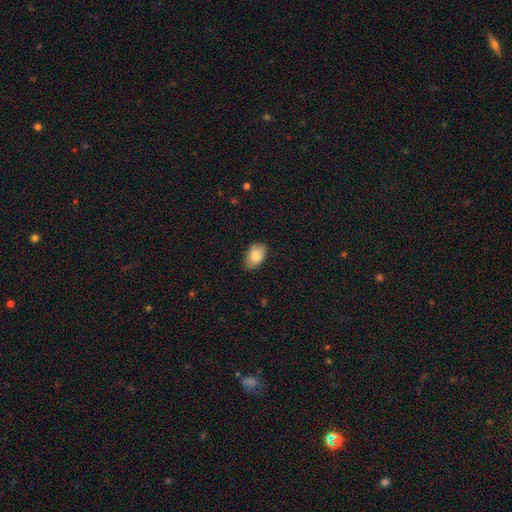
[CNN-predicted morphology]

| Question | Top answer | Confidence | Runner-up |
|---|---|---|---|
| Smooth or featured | smooth | 84% | featured or disk (9%) |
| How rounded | in between | 88% | round (10%) |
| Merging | none | 83% | minor disturbance (14%) |